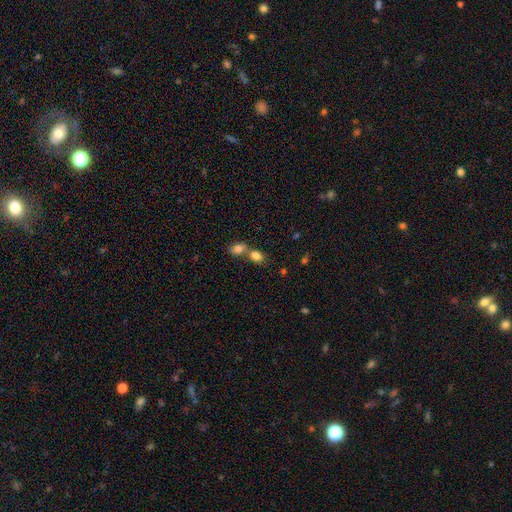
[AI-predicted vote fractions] The model was most divided on "merging": merger: 52%, none: 37%, minor disturbance: 8%, major disturbance: 3%. More confident: smooth or featured — smooth (82%); how rounded — in between (69%).